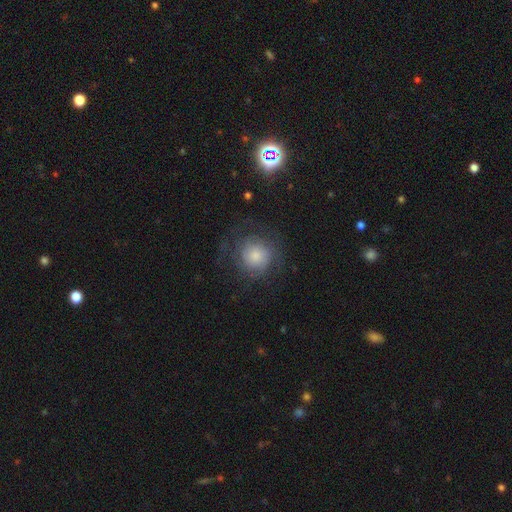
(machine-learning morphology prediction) A featured or disk galaxy (46%). Merging: none (66%).